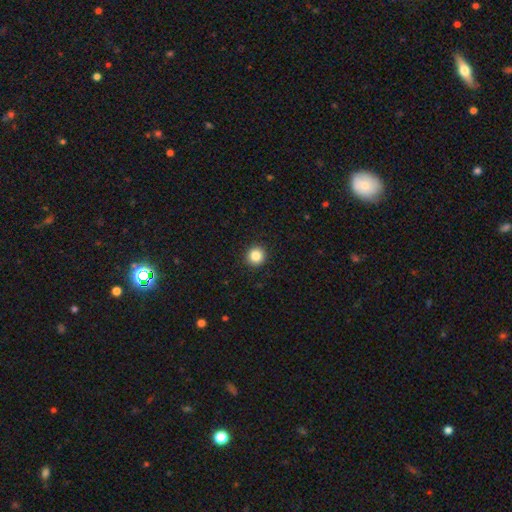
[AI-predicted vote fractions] Smooth or featured?
  - smooth: 85% *
  - star or artifact: 10%
  - featured or disk: 5%
How rounded?
  - round: 94% *
  - in between: 5%
  - cigar-shaped: 1%
Merging?
  - none: 93% *
  - minor disturbance: 5%
  - major disturbance: 2%
  - merger: 1%